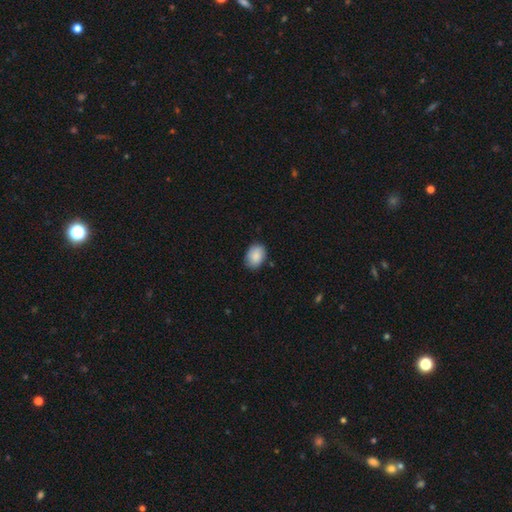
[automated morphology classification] Q: Smooth or featured?
A: smooth (87%); runner-up: star or artifact (7%)
Q: How rounded?
A: in between (76%); runner-up: round (23%)
Q: Merging?
A: none (81%); runner-up: minor disturbance (15%)